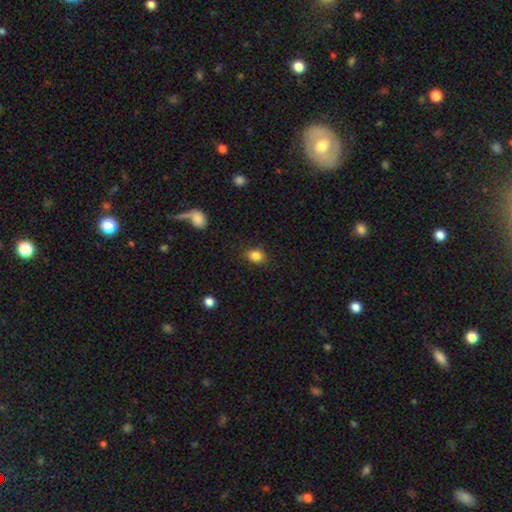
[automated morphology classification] type=smooth (85%); roundness=round (50%); merging=none (86%).